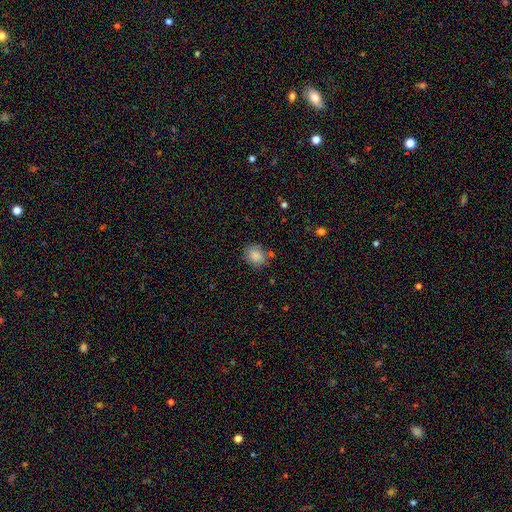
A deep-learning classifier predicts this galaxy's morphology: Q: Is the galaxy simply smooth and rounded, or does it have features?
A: smooth — 85%.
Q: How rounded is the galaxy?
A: round — 57%.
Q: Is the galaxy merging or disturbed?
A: none — 75%.